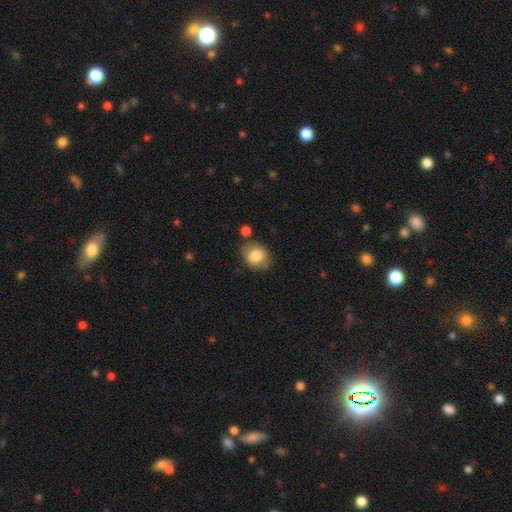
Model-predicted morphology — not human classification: Smooth or featured: smooth — 82% (featured or disk — 10%)
How rounded: in between — 50% (round — 49%)
Merging: none — 74% (minor disturbance — 15%)